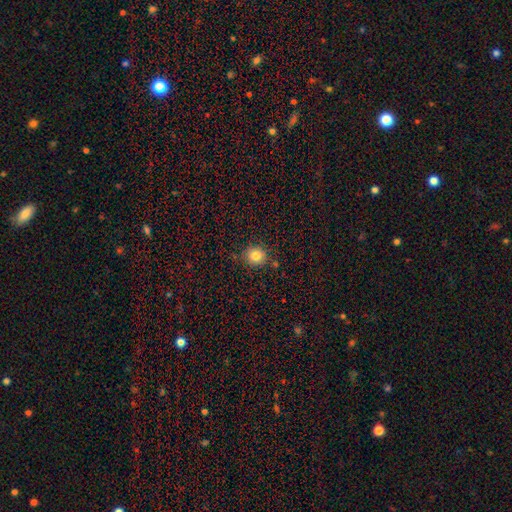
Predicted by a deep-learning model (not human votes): Smooth or featured?
  - smooth: 82% *
  - star or artifact: 11%
  - featured or disk: 6%
How rounded?
  - round: 86% *
  - in between: 13%
  - cigar-shaped: 1%
Merging?
  - none: 85% *
  - minor disturbance: 10%
  - merger: 4%
  - major disturbance: 2%